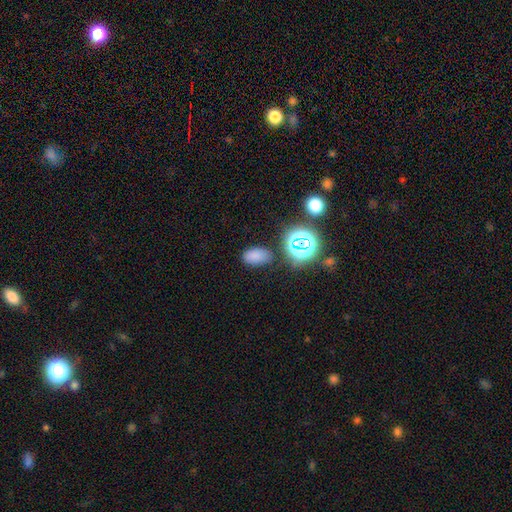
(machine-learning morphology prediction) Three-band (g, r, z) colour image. It shows a smooth galaxy with no disk features (74%) that is in between round and cigar-shaped (89%). Merging: none (81%).